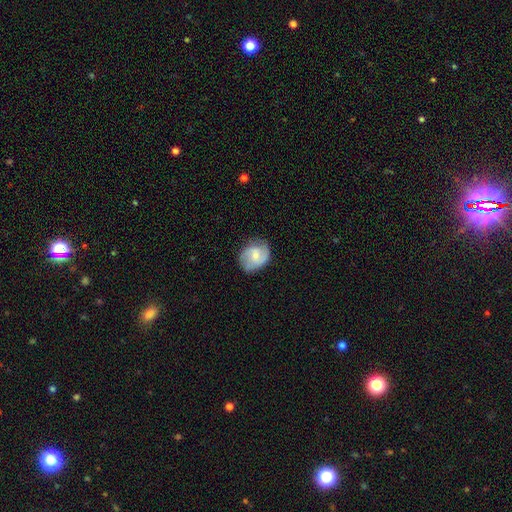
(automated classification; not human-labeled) Smooth or featured? featured or disk (55%)
Edge-on disk? no (97%)
Bar? no (51%)
Spiral arms? yes (87%)
Bulge size? small (51%)
Merging? none (69%)